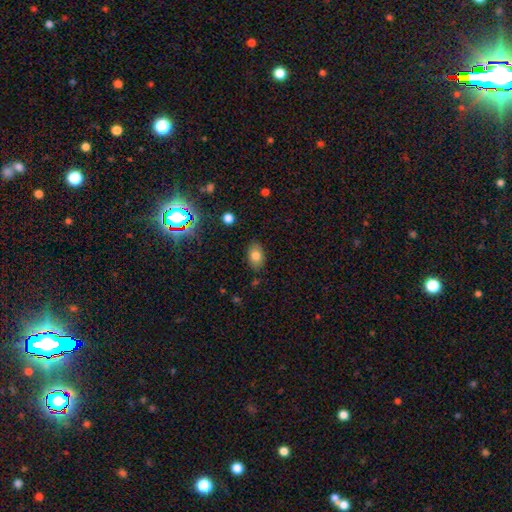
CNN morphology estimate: Smooth or featured? smooth (78%)
How rounded? in between (86%)
Merging? none (84%)